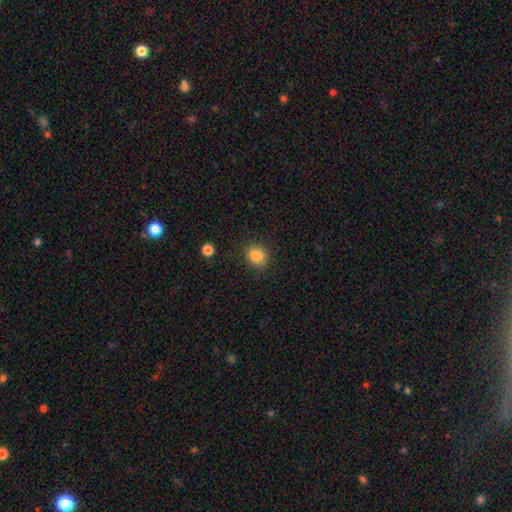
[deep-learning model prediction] A smooth galaxy with no disk features (82%) that is round (67%).

Vote fractions:
- Smooth or featured? smooth: 82% / star or artifact: 10% / featured or disk: 7%
- How rounded? round: 67% / in between: 31% / cigar-shaped: 1%
- Merging? none: 69% / minor disturbance: 16% / merger: 11% / major disturbance: 4%